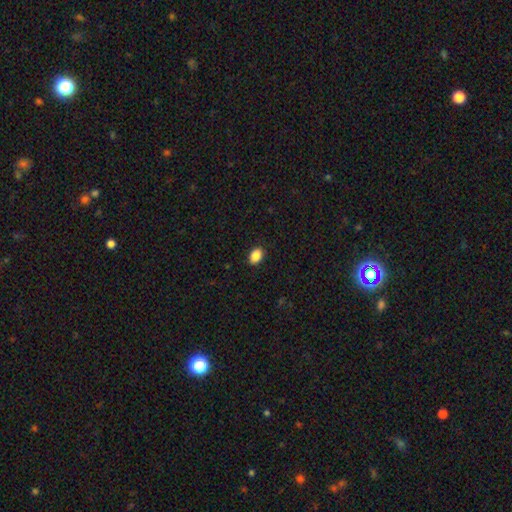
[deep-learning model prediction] A smooth galaxy with no disk features (89%) that is in between round and cigar-shaped (83%).

Vote fractions:
- Smooth or featured? smooth: 89% / star or artifact: 8% / featured or disk: 3%
- How rounded? in between: 83% / round: 16% / cigar-shaped: 1%
- Merging? none: 89% / minor disturbance: 8% / major disturbance: 2% / merger: 1%